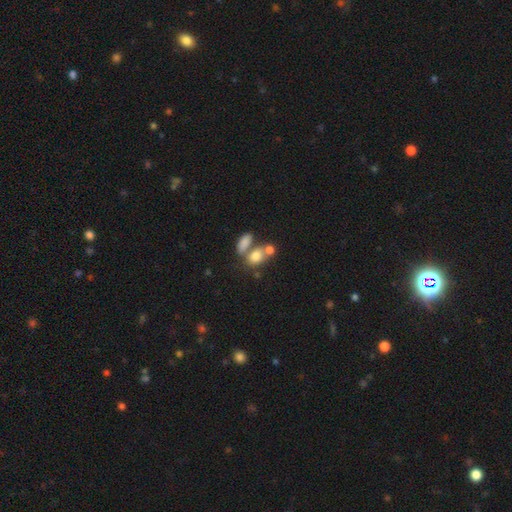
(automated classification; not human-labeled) A smooth galaxy with no disk features (75%) that is in between round and cigar-shaped (69%).

Vote fractions:
- Smooth or featured? smooth: 75% / featured or disk: 14% / star or artifact: 11%
- How rounded? in between: 69% / round: 27% / cigar-shaped: 3%
- Merging? merger: 47% / none: 34% / minor disturbance: 11% / major disturbance: 7%